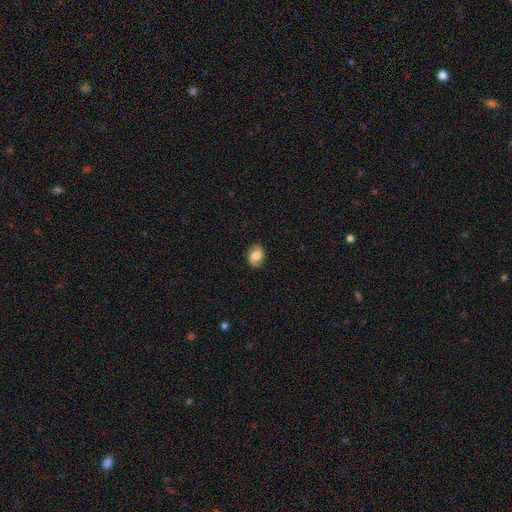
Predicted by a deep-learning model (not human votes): smooth-or-featured: smooth: 47% | featured or disk: 44% | star or artifact: 9%
  merging: none: 83% | minor disturbance: 12% | major disturbance: 4% | merger: 1%